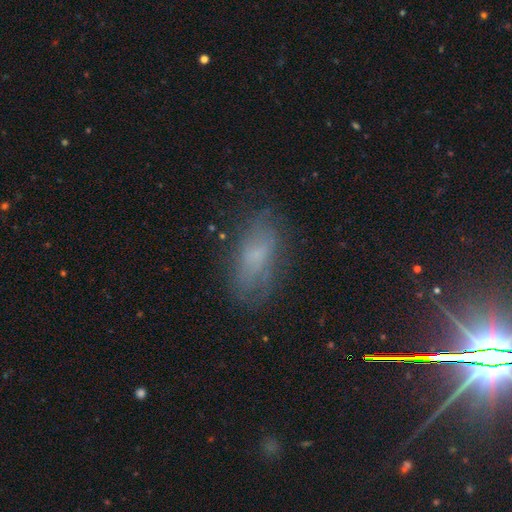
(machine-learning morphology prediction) Smooth or featured? smooth (49%)
Merging? none (67%)